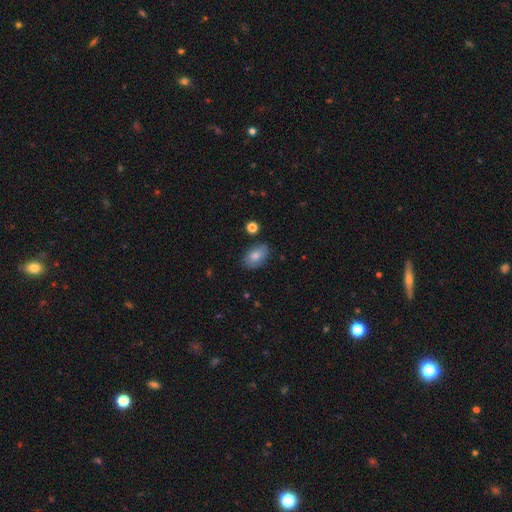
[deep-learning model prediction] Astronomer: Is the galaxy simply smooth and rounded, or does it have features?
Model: smooth — 79%.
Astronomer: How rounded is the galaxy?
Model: in between — 90%.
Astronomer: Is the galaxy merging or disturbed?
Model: none — 78%.